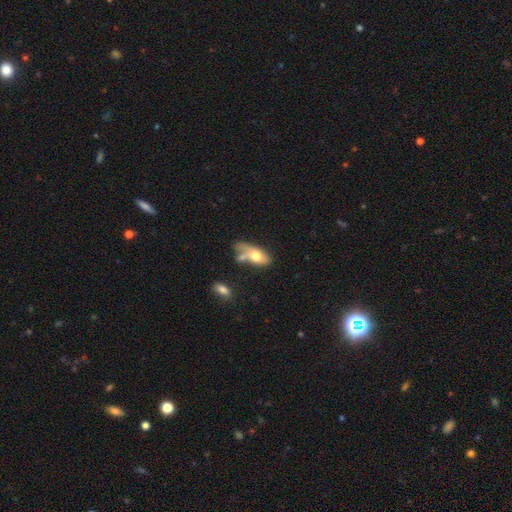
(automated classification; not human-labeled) A smooth galaxy with no disk features (65%) that is in between round and cigar-shaped (85%).

Vote fractions:
- Smooth or featured? smooth: 65% / featured or disk: 28% / star or artifact: 7%
- How rounded? in between: 85% / cigar-shaped: 9% / round: 6%
- Merging? merger: 35% / none: 28% / minor disturbance: 20% / major disturbance: 16%